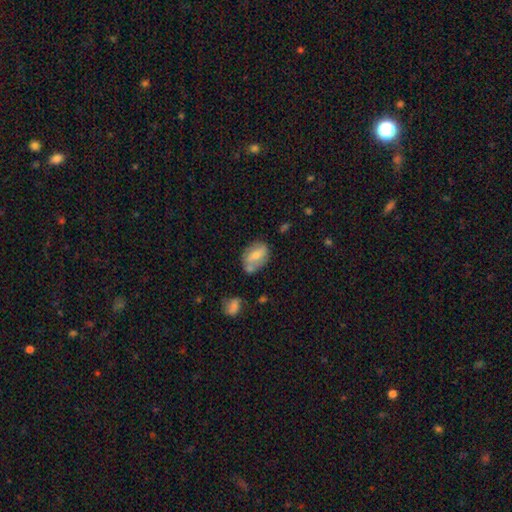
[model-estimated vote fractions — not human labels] This is possibly a smooth galaxy (60%). How rounded: likely in between (77%). Merging: possibly none (58%).